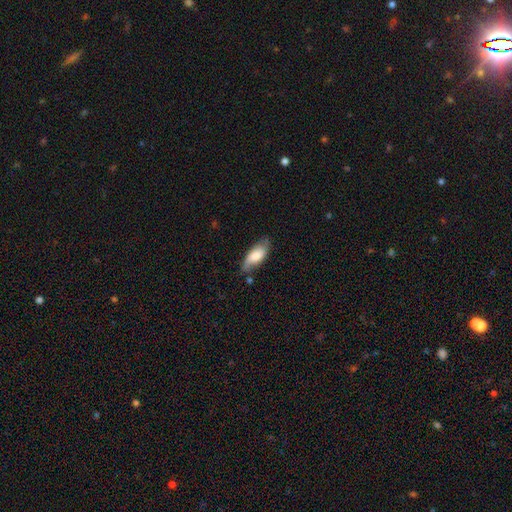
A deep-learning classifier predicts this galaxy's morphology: Smooth or featured?
  - smooth: 68% *
  - featured or disk: 25%
  - star or artifact: 7%
How rounded?
  - in between: 82% *
  - cigar-shaped: 16%
  - round: 2%
Merging?
  - none: 60% *
  - minor disturbance: 29%
  - major disturbance: 7%
  - merger: 4%